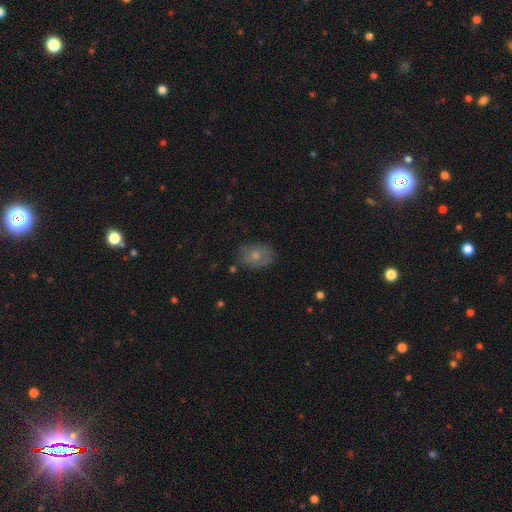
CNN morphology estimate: This is likely a smooth galaxy (64%). How rounded: likely in between (65%). Merging: likely none (70%).